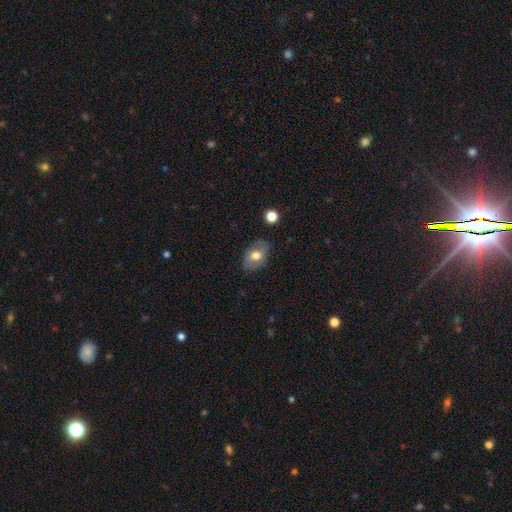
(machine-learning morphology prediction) Overall: smooth (66%). How rounded: in between (84%). Merging: none (81%).